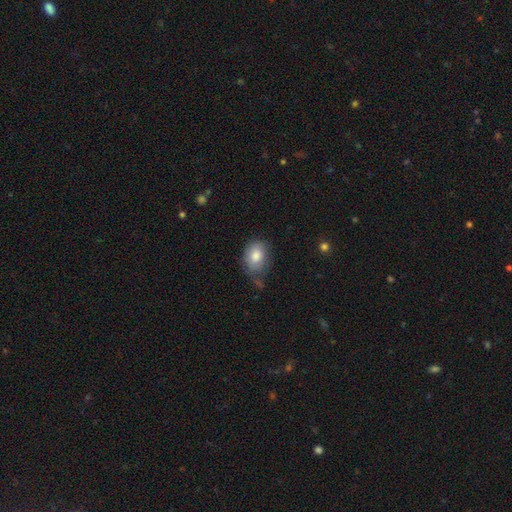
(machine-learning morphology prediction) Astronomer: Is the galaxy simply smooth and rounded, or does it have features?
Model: smooth — 81%.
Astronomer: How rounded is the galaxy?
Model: in between — 74%.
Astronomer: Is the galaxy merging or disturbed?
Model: none — 55% (runner-up: minor disturbance, 32%).